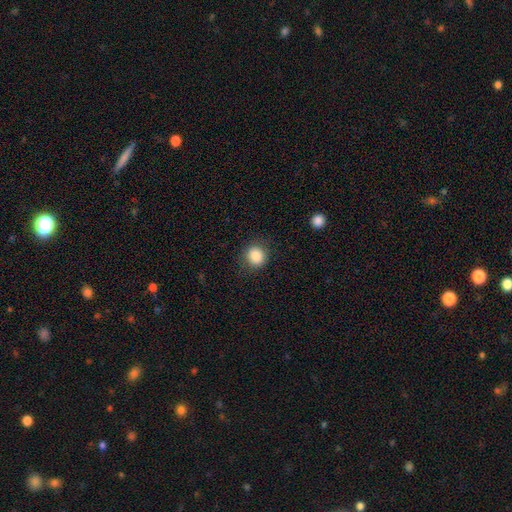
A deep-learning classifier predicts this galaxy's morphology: This is clearly a smooth galaxy (87%). How rounded: clearly round (85%). Merging: clearly none (84%).